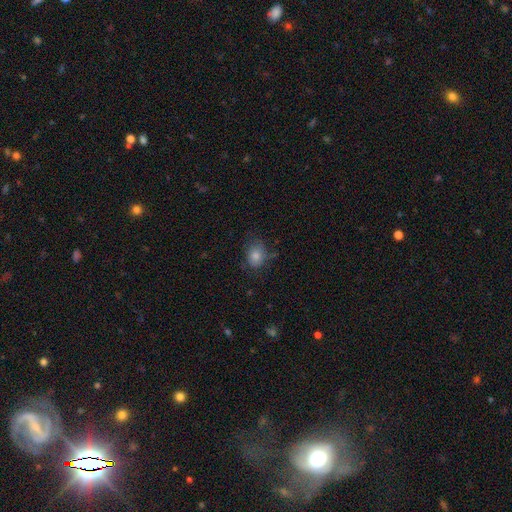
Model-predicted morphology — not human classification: Smooth or featured: smooth — 76% (star or artifact — 13%)
How rounded: in between — 54% (round — 45%)
Merging: none — 68% (minor disturbance — 22%)